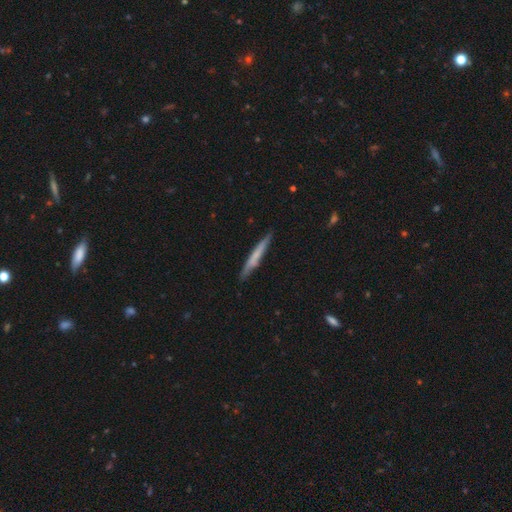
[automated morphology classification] Overall: smooth (55%; featured or disk 39%). How rounded: cigar-shaped (96%). Merging: none (86%).